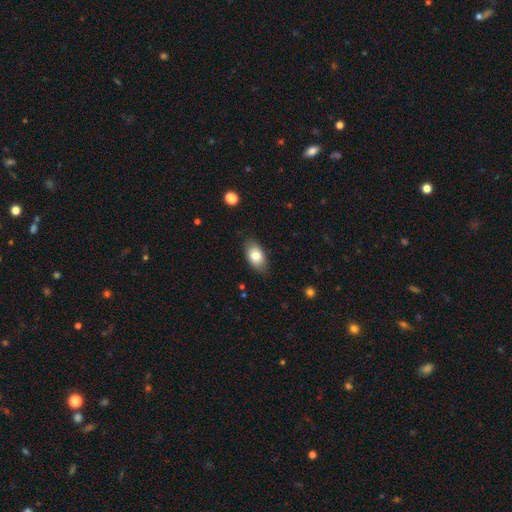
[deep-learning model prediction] smooth_or_featured: smooth (p=0.79) [alt: featured or disk p=0.14]
how_rounded: in between (p=0.91) [alt: round p=0.07]
merging: none (p=0.83) [alt: minor disturbance p=0.13]